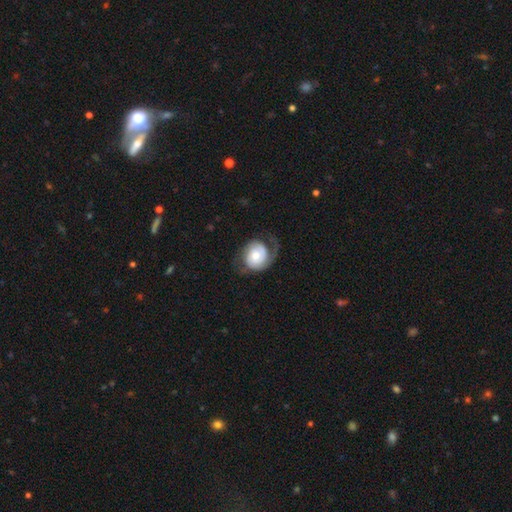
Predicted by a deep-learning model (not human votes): Morphology: type=featured or disk (68%); edge-on=no (97%); bar=no (72%); spiral arms=yes (90%); winding=tight (43%); arm count=2 (54%); bulge=moderate (57%); merging=none (53%).